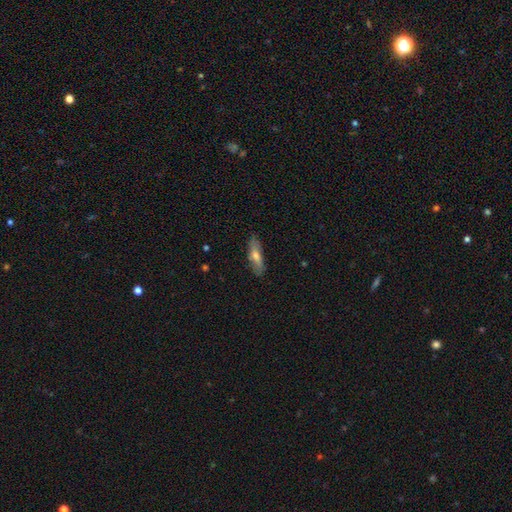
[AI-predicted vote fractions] A smooth galaxy with no disk features (56%) that is cigar-shaped (54%). Merging: none (83%).